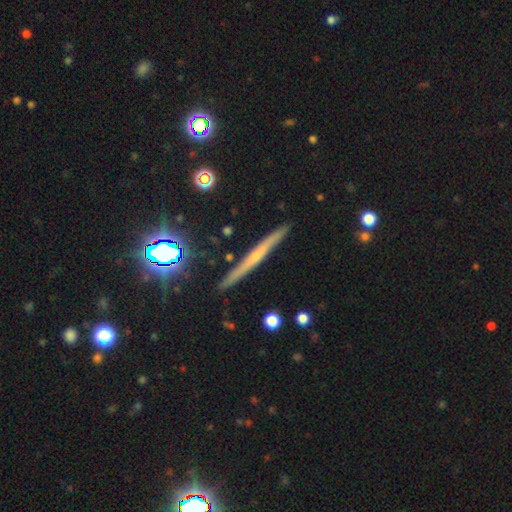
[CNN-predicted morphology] featured or disk 61%, smooth 27%, star or artifact 12%. Down the decision tree: edge-on disk — yes (97%); edge-on bulge — none (51%); merging — none (90%).